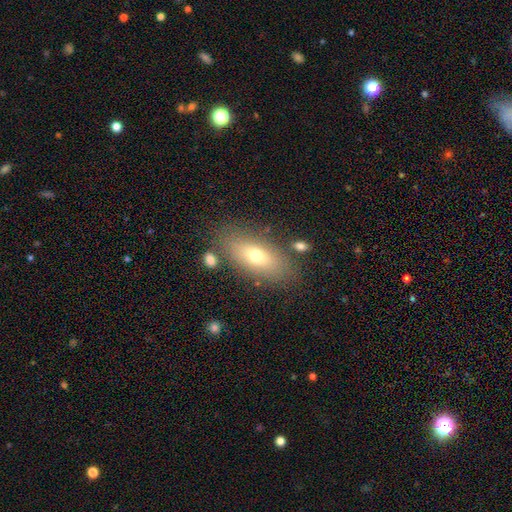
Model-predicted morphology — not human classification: This appears to be a smooth galaxy with no disk features (67%) that is in between round and cigar-shaped (81%). Merging: none (80%).